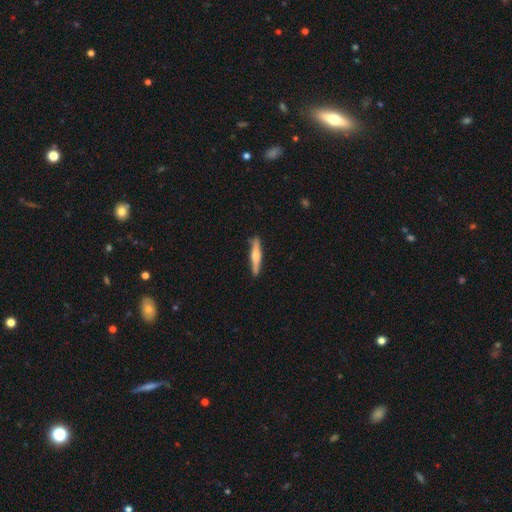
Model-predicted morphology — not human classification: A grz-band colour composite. It shows a featured or disk galaxy (50%) viewed edge-on (96%). Merging: none (89%).